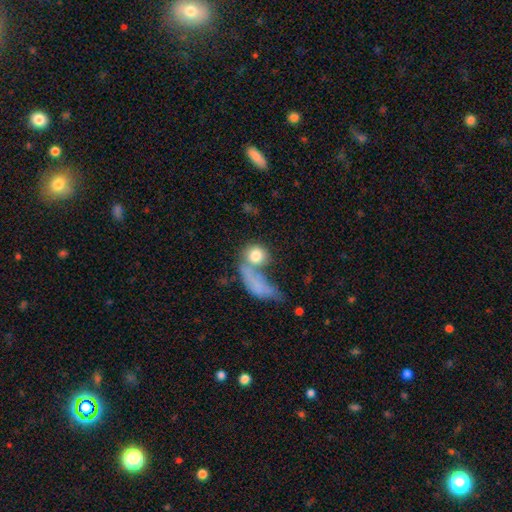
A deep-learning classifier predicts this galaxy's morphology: smooth-or-featured: smooth: 76% | featured or disk: 16% | star or artifact: 9%
  how-rounded: round: 74% | in between: 22% | cigar-shaped: 4%
  merging: merger: 42% | none: 29% | major disturbance: 18% | minor disturbance: 11%